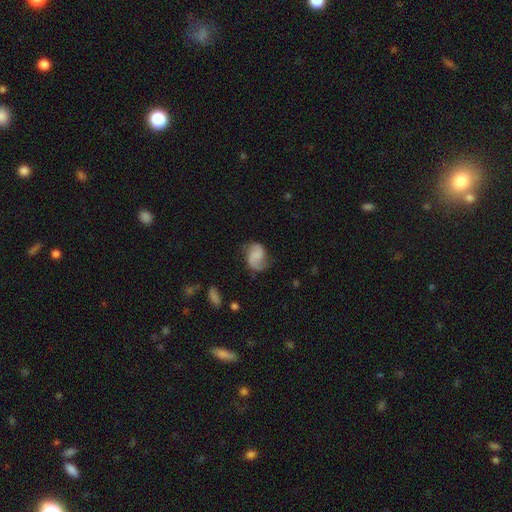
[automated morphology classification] Q: Smooth or featured?
A: featured or disk (54%); runner-up: smooth (38%)
Q: Edge-on disk?
A: no (98%); runner-up: yes (2%)
Q: Bar?
A: no (53%); runner-up: weak (37%)
Q: Spiral arms?
A: yes (91%); runner-up: no (9%)
Q: Bulge size?
A: none (57%); runner-up: small (25%)
Q: Merging?
A: none (58%); runner-up: minor disturbance (26%)